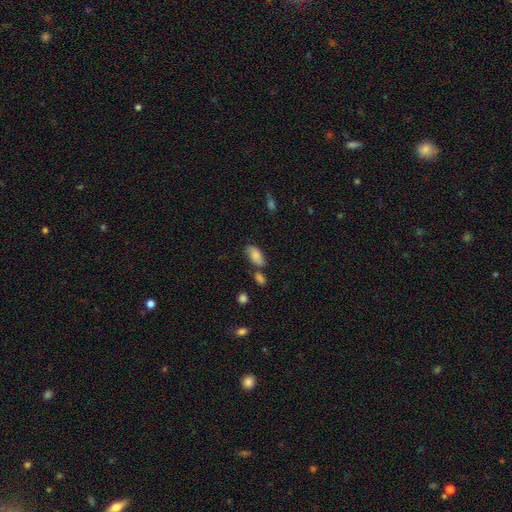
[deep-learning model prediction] A smooth galaxy with no disk features (78%) that is in between round and cigar-shaped (92%).

Vote fractions:
- Smooth or featured? smooth: 78% / featured or disk: 14% / star or artifact: 8%
- How rounded? in between: 92% / cigar-shaped: 5% / round: 4%
- Merging? none: 55% / minor disturbance: 21% / merger: 17% / major disturbance: 7%